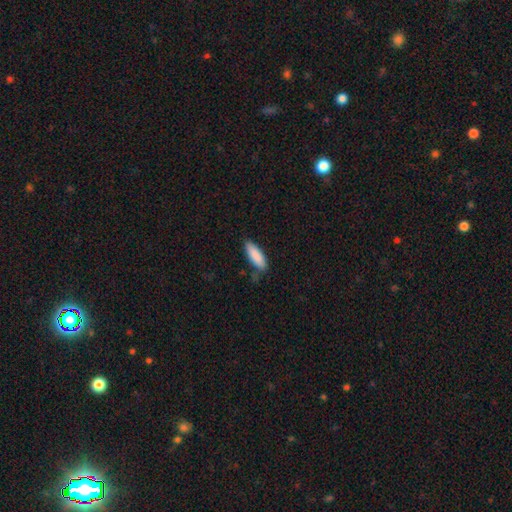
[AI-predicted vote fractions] smooth_or_featured: smooth (p=0.89) [alt: star or artifact p=0.06]
how_rounded: in between (p=0.56) [alt: cigar-shaped p=0.43]
merging: none (p=0.78) [alt: minor disturbance p=0.17]